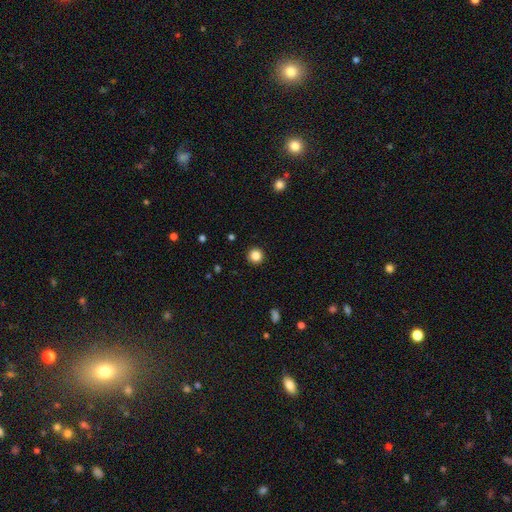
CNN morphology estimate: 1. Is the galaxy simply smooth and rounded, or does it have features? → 85% smooth, 11% star or artifact, 4% featured or disk.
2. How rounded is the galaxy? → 96% round, 3% in between, 1% cigar-shaped.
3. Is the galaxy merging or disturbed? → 93% none, 4% minor disturbance, 2% major disturbance, 1% merger.